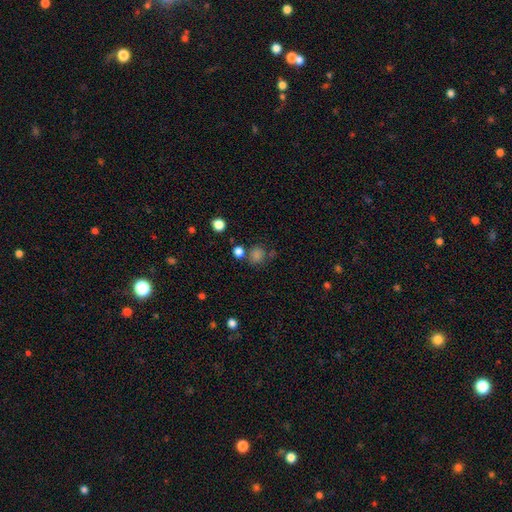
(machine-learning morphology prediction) A smooth galaxy with no disk features (68%) that is round (83%). Merging: none (70%).